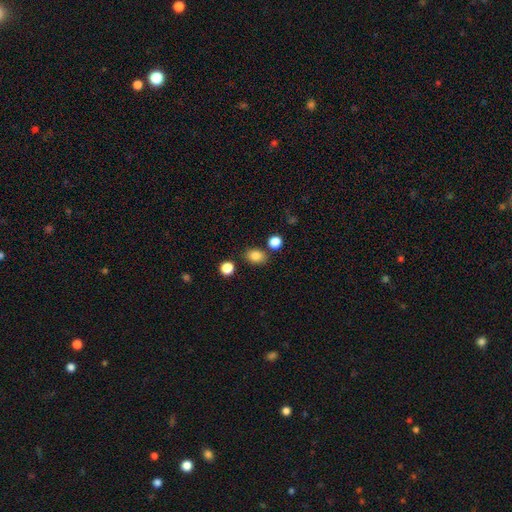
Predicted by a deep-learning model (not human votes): This is clearly a smooth galaxy (85%). How rounded: likely in between (67%). Merging: likely none (78%).